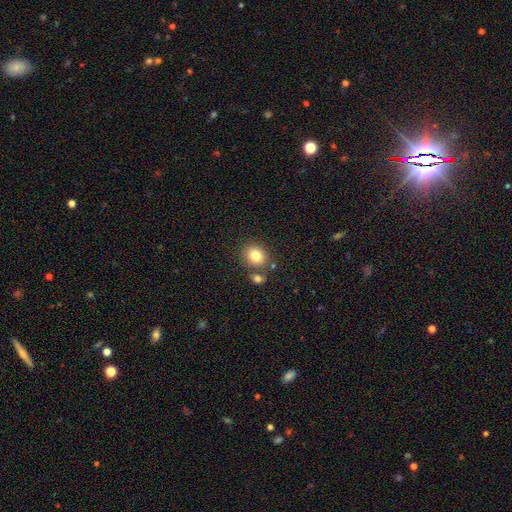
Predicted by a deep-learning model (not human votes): Morphology: type=smooth (81%); roundness=round (70%); merging=none (72%).